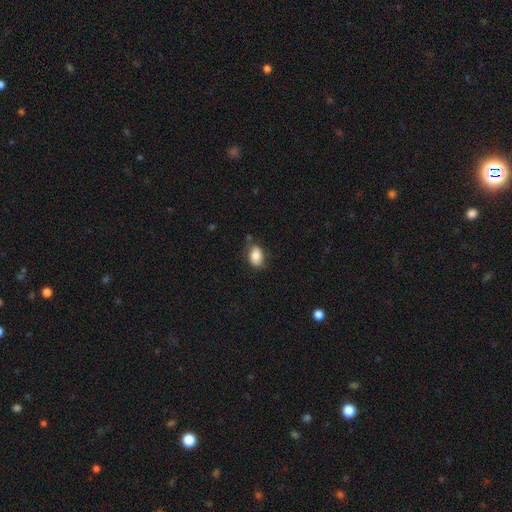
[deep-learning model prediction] Overall: smooth (79%). How rounded: in between (80%). Merging: none (70%).